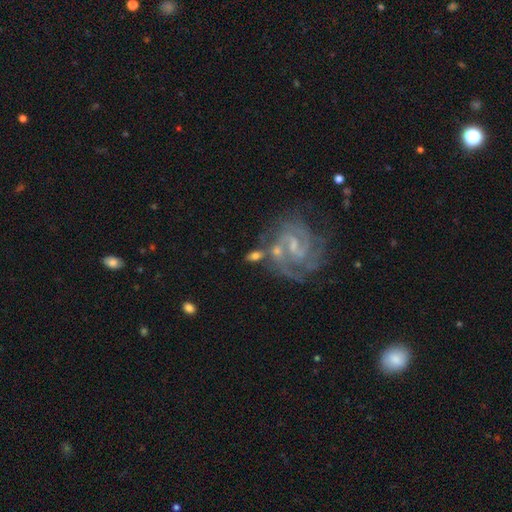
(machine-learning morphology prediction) The model was most divided on "bar": weak: 46%, no: 35%, strong: 19%. Remaining: edge-on disk — no (92%); spiral arms — yes (84%); smooth or featured — featured or disk (55%); bulge size — small (52%); merging — none (50%).